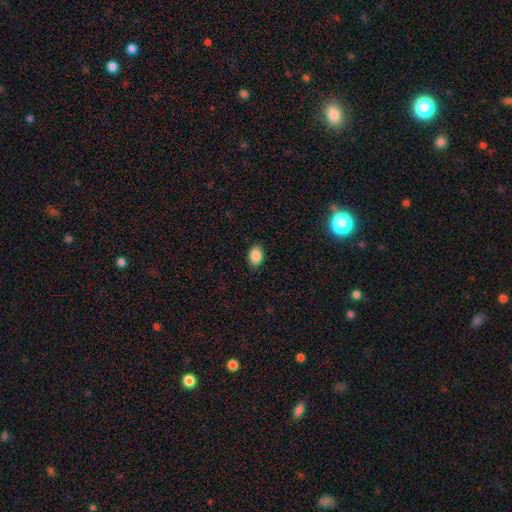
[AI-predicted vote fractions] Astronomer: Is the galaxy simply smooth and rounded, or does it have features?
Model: smooth — 88%.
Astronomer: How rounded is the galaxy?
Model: in between — 79%.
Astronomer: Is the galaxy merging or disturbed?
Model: none — 89%.